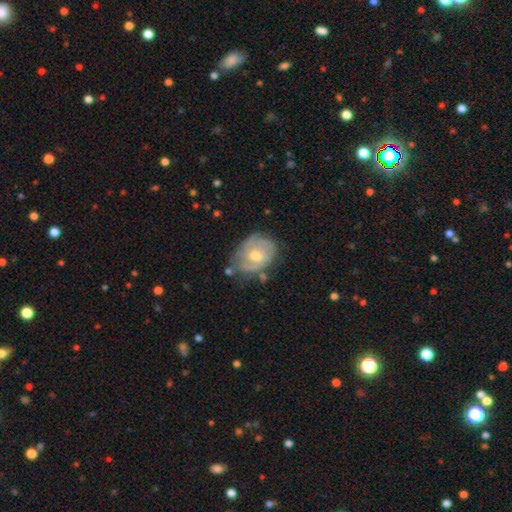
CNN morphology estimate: Smooth or featured: featured or disk — 72% (smooth — 23%)
Edge-on disk: no — 96% (yes — 4%)
Bar: no — 61% (weak — 34%)
Spiral arms: yes — 79% (no — 21%)
Spiral winding: tight — 55% (medium — 33%)
Spiral arm count: 2 — 38% (can't tell — 37%)
Bulge size: moderate — 68% (small — 26%)
Merging: none — 57% (minor disturbance — 28%)